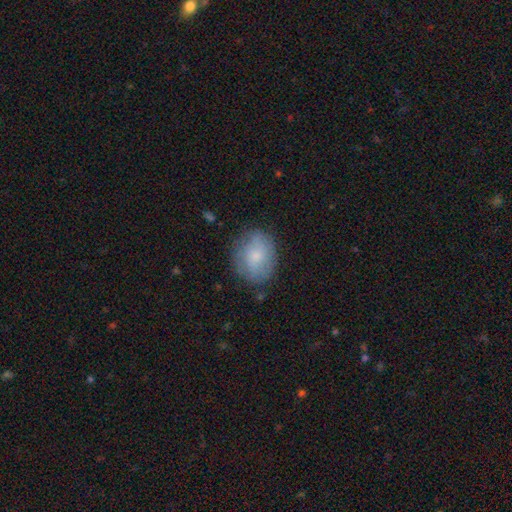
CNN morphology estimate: A smooth galaxy with no disk features (70%) that is in between round and cigar-shaped (53%). Merging: none (77%).